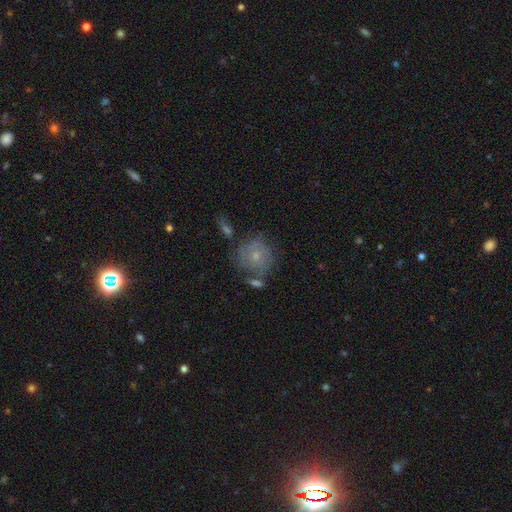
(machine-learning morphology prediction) smooth_or_featured: featured or disk (p=0.57) [alt: smooth p=0.32]
disk_edge_on: no (p=0.97) [alt: yes p=0.03]
bar: no (p=0.77) [alt: weak p=0.19]
has_spiral_arms: yes (p=0.78) [alt: no p=0.22]
bulge_size: small (p=0.60) [alt: moderate p=0.34]
merging: none (p=0.62) [alt: minor disturbance p=0.19]